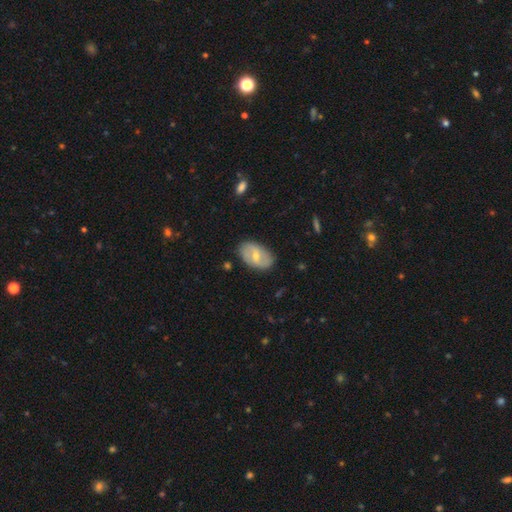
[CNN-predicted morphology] Q: Smooth or featured?
A: featured or disk (50%); runner-up: smooth (44%)
Q: Edge-on disk?
A: no (94%); runner-up: yes (6%)
Q: Merging?
A: none (83%); runner-up: minor disturbance (13%)